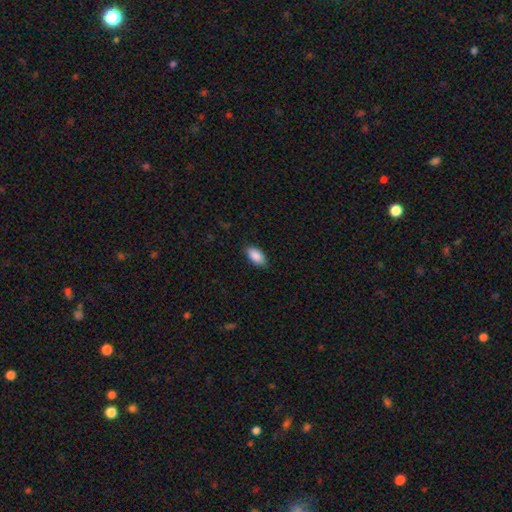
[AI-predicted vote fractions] A smooth galaxy with no disk features (89%) that is in between round and cigar-shaped (93%). Merging: none (85%).